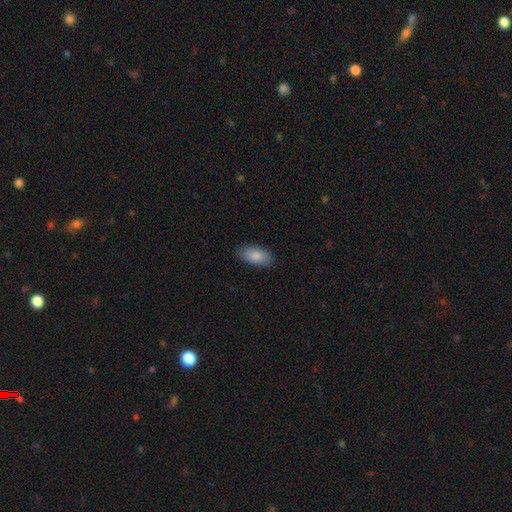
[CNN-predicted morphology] type=smooth (86%); roundness=in between (93%); merging=none (86%).